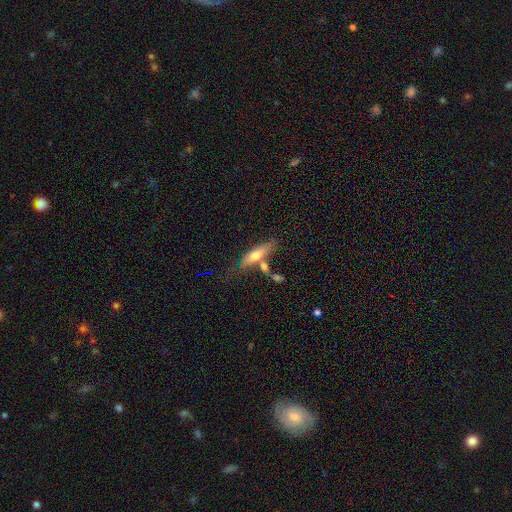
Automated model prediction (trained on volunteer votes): Overall: smooth (56%; featured or disk 37%). How rounded: cigar-shaped (59%; in between 38%). Merging: none (47%; merger 30%).